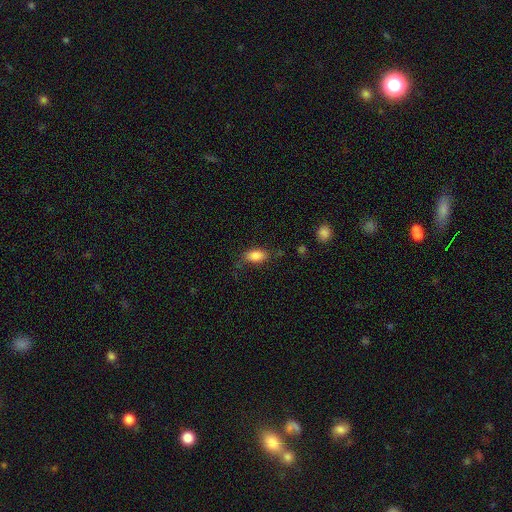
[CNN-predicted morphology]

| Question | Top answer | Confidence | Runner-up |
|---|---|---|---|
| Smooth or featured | smooth | 85% | star or artifact (8%) |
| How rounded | in between | 89% | cigar-shaped (6%) |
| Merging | none | 74% | minor disturbance (18%) |